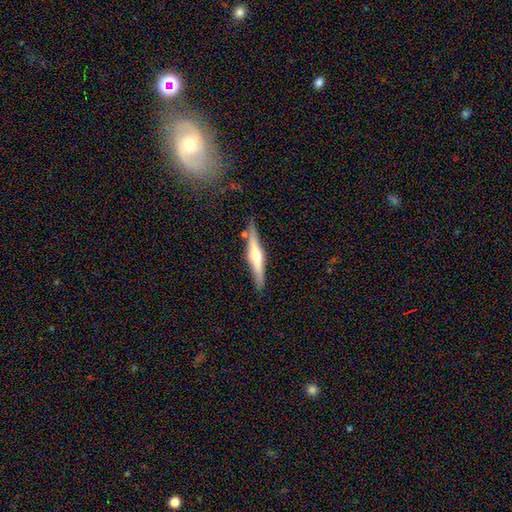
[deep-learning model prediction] Overall: featured or disk (61%; smooth 34%). Edge-on disk: yes (95%). Edge-on bulge: rounded (85%). Merging: none (81%).